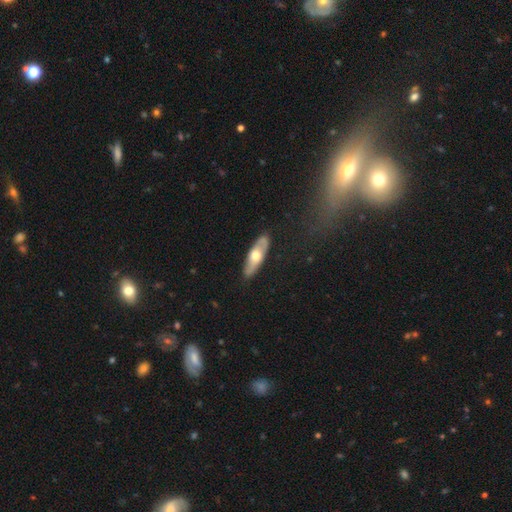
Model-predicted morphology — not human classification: Overall: featured or disk (48%, tied with smooth). Merging: none (86%).